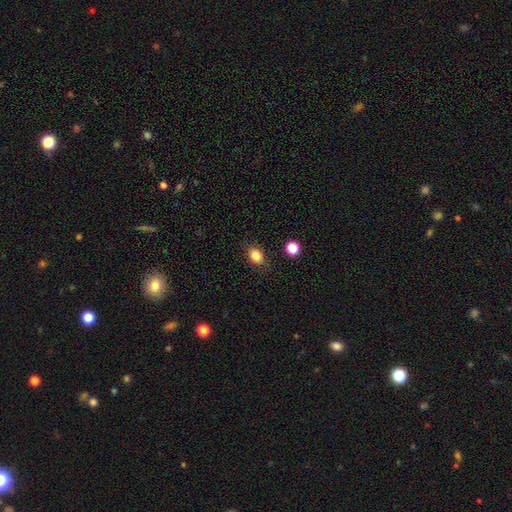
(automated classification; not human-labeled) A smooth galaxy with no disk features (85%) that is in between round and cigar-shaped (63%). Merging: none (83%).